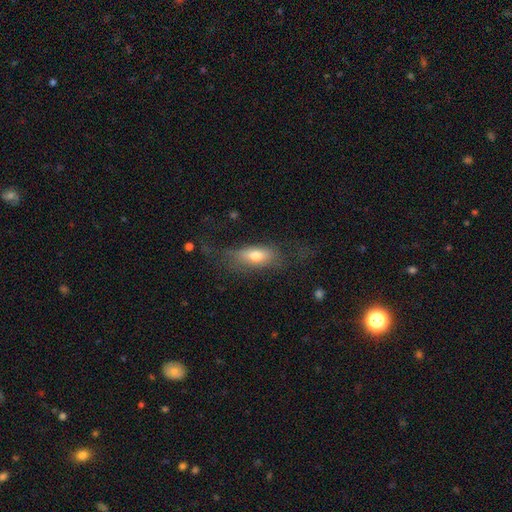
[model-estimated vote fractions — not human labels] This appears to be a smooth galaxy with no disk features (66%) that is in between round and cigar-shaped (73%). Merging: none (47%).